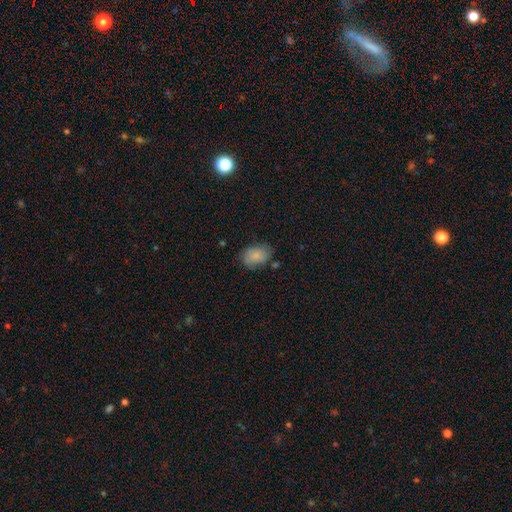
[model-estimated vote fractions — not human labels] A smooth galaxy with no disk features (80%) that is in between round and cigar-shaped (83%). Merging: none (68%).